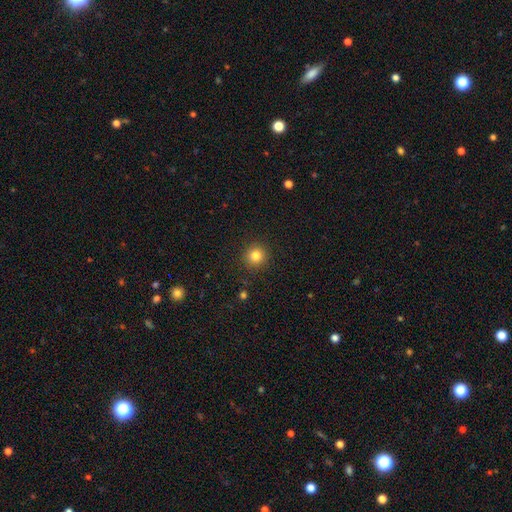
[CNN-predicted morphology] The model was most divided on "smooth or featured": smooth: 82%, star or artifact: 12%, featured or disk: 6%. More confident: how rounded — round (94%); merging — none (91%).